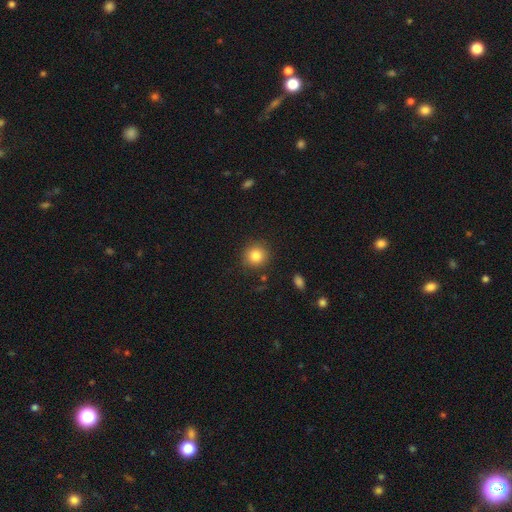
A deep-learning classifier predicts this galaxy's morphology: A smooth galaxy with no disk features (84%) that is round (91%).

Vote fractions:
- Smooth or featured? smooth: 84% / star or artifact: 10% / featured or disk: 6%
- How rounded? round: 91% / in between: 8% / cigar-shaped: 1%
- Merging? none: 87% / minor disturbance: 8% / major disturbance: 3% / merger: 2%